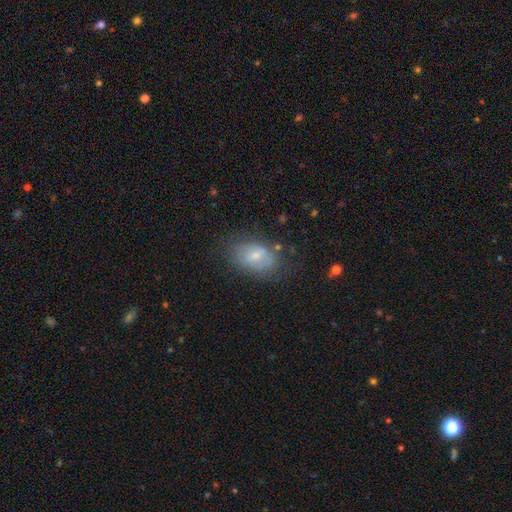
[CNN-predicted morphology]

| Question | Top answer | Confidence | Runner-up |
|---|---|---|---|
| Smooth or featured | smooth | 53% | featured or disk (37%) |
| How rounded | in between | 86% | round (11%) |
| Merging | none | 62% | minor disturbance (24%) |